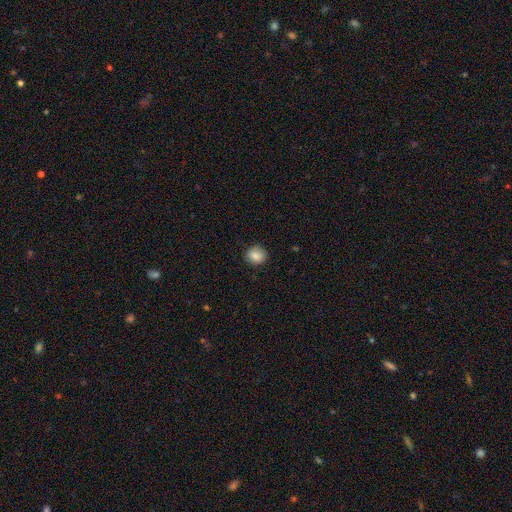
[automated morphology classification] smooth_or_featured: smooth (p=0.86) [alt: star or artifact p=0.09]
how_rounded: round (p=0.82) [alt: in between p=0.17]
merging: none (p=0.87) [alt: minor disturbance p=0.09]